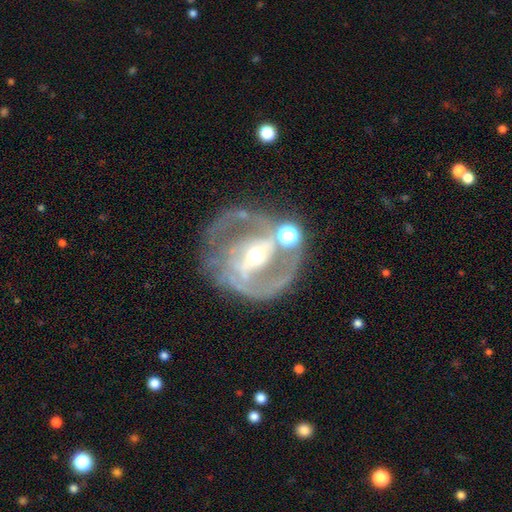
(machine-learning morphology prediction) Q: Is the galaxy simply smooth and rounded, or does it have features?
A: featured or disk — 86%.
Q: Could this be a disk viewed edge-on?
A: no — 96%.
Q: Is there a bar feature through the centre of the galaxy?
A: strong — 53%.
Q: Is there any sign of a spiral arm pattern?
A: yes — 89%.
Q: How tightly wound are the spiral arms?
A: medium — 47%.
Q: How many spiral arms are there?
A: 2 — 69%.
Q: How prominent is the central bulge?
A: moderate — 57%.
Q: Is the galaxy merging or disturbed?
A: none — 63%.